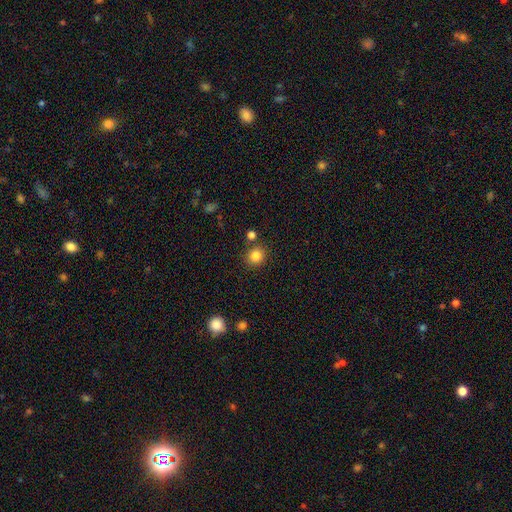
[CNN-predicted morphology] smooth 84%, star or artifact 11%, featured or disk 5%. Down the decision tree: how rounded — round (85%); merging — none (81%).